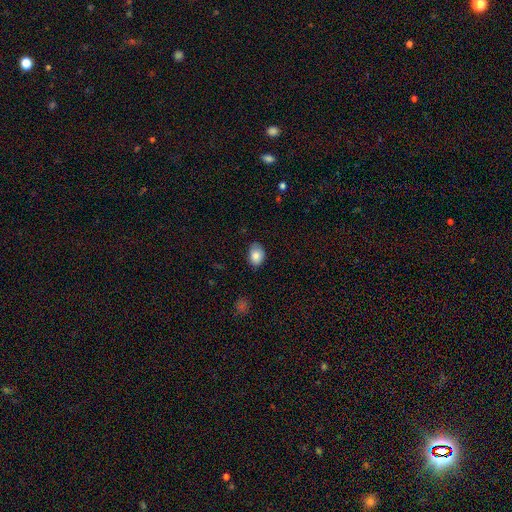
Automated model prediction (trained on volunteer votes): Morphology: type=smooth (82%); roundness=in between (76%); merging=none (74%).